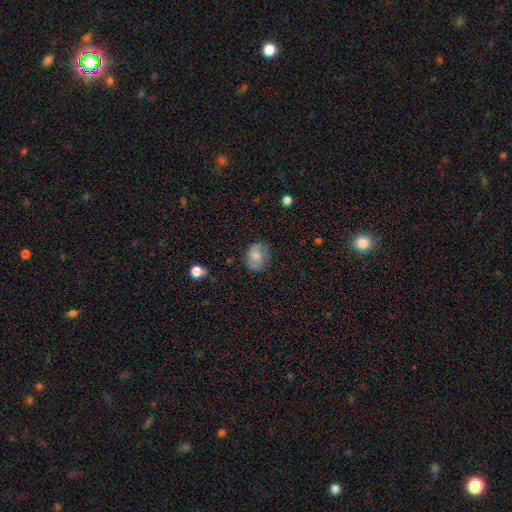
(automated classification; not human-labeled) Smooth or featured?
  - smooth: 57% *
  - featured or disk: 35%
  - star or artifact: 9%
How rounded?
  - in between: 50% *
  - round: 49%
  - cigar-shaped: 1%
Merging?
  - none: 66% *
  - minor disturbance: 23%
  - major disturbance: 9%
  - merger: 2%